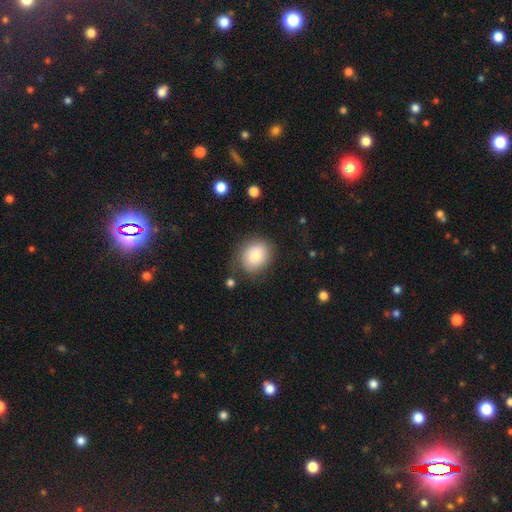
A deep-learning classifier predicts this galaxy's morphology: Smooth or featured: smooth — 81% (featured or disk — 11%)
How rounded: round — 58% (in between — 42%)
Merging: none — 75% (minor disturbance — 17%)